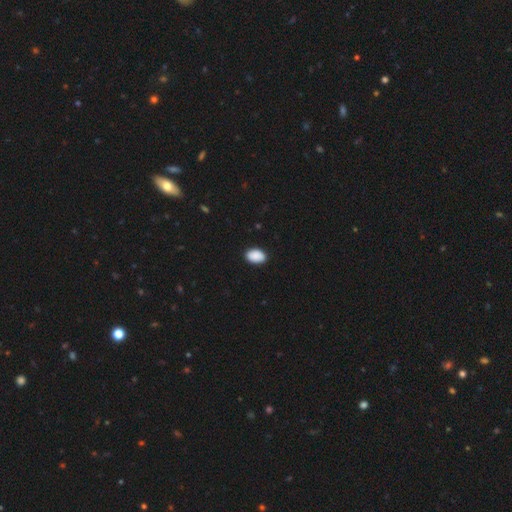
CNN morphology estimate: The model was most divided on "merging": none: 88%, minor disturbance: 9%, major disturbance: 2%, merger: 1%. More confident: smooth or featured — smooth (90%); how rounded — in between (89%).